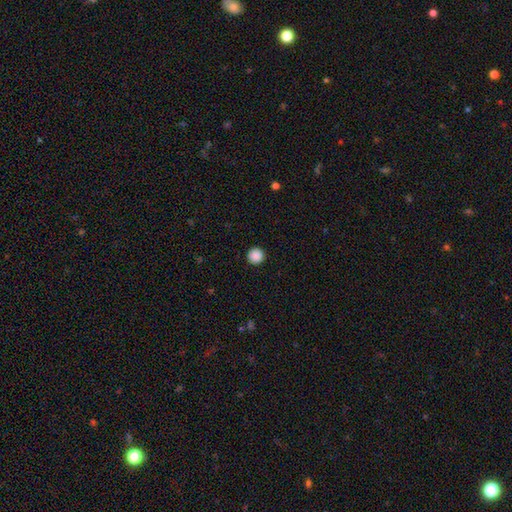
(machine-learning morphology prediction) Smooth or featured?
  - smooth: 88% *
  - star or artifact: 9%
  - featured or disk: 2%
How rounded?
  - round: 96% *
  - in between: 3%
  - cigar-shaped: 1%
Merging?
  - none: 93% *
  - minor disturbance: 4%
  - major disturbance: 2%
  - merger: 1%